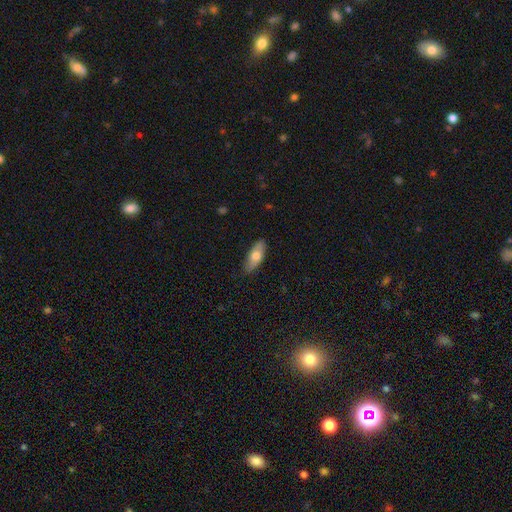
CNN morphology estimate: Smooth or featured: smooth — 69% (featured or disk — 25%)
How rounded: in between — 74% (cigar-shaped — 24%)
Merging: none — 84% (minor disturbance — 13%)